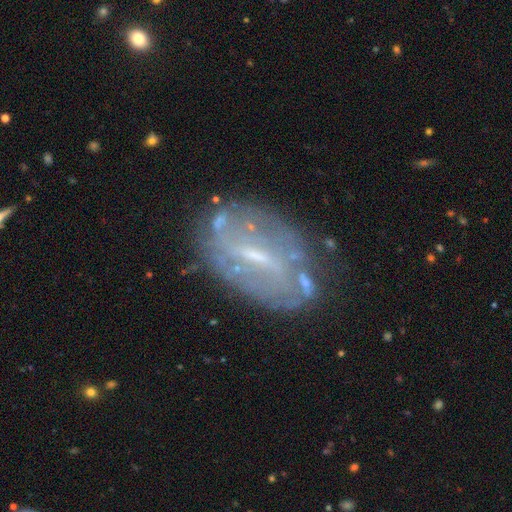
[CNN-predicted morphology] Smooth or featured? featured or disk (74%)
Edge-on disk? no (93%)
Bar? weak (48%)
Spiral arms? yes (58%)
Bulge size? small (58%)
Merging? none (69%)